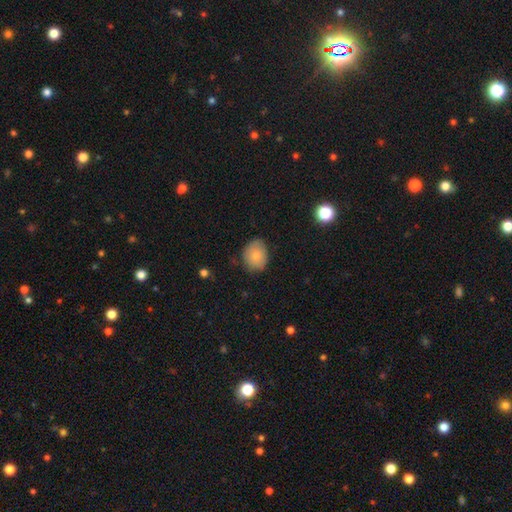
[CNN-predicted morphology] smooth_or_featured: smooth (p=0.81) [alt: featured or disk p=0.11]
how_rounded: round (p=0.53) [alt: in between p=0.47]
merging: none (p=0.76) [alt: minor disturbance p=0.19]